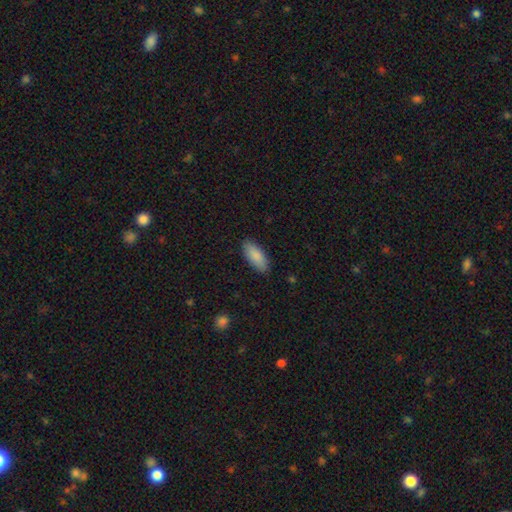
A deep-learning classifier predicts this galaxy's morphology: The model was most divided on "how rounded": in between: 84%, cigar-shaped: 15%, round: 2%. More confident: smooth or featured — smooth (88%); merging — none (87%).